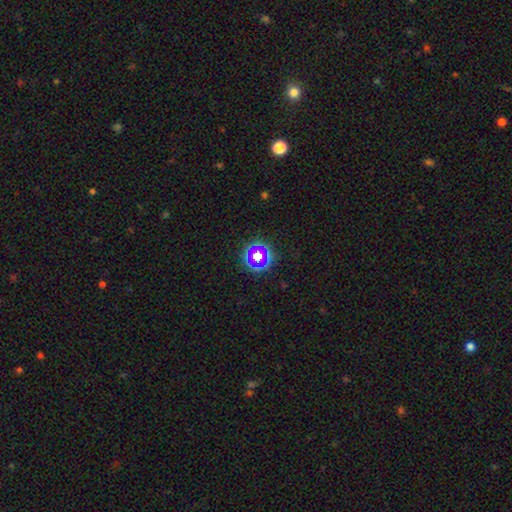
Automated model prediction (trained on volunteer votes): smooth_or_featured: star or artifact (p=0.58) [alt: smooth p=0.28]